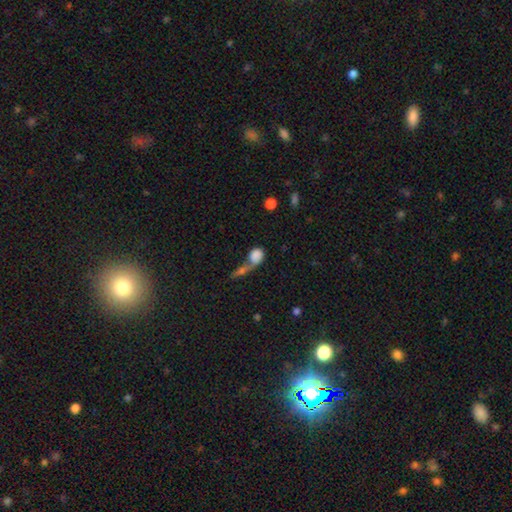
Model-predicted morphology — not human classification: A smooth galaxy with no disk features (75%) that is in between round and cigar-shaped (49%).

Vote fractions:
- Smooth or featured? smooth: 75% / featured or disk: 16% / star or artifact: 9%
- How rounded? in between: 49% / round: 46% / cigar-shaped: 5%
- Merging? merger: 55% / none: 22% / major disturbance: 13% / minor disturbance: 10%